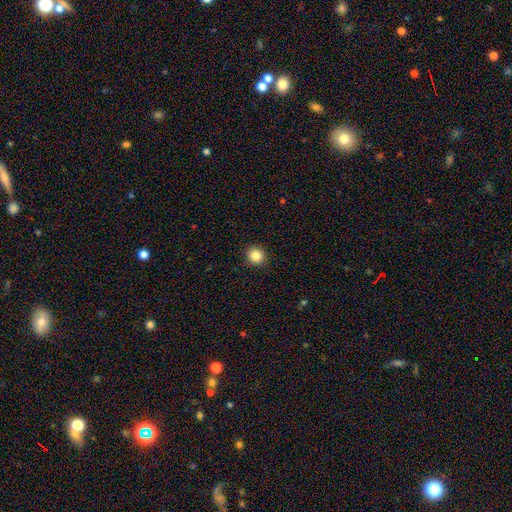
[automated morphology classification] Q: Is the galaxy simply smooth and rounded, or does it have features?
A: smooth — 85%.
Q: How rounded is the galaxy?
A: round — 91%.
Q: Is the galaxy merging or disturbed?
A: none — 91%.